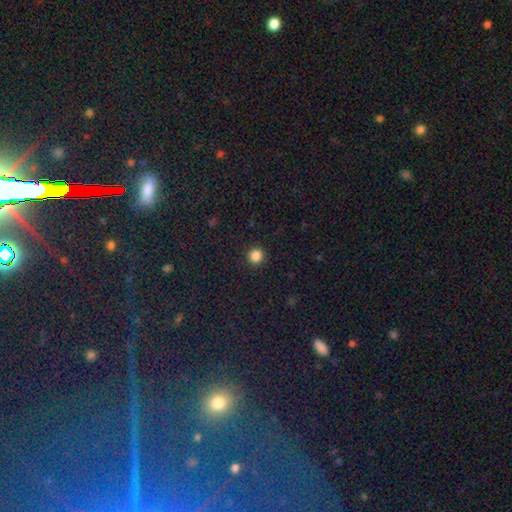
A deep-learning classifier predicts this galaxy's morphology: A smooth galaxy with no disk features (85%) that is round (94%).

Vote fractions:
- Smooth or featured? smooth: 85% / star or artifact: 12% / featured or disk: 3%
- How rounded? round: 94% / in between: 5% / cigar-shaped: 1%
- Merging? none: 93% / minor disturbance: 5% / major disturbance: 2% / merger: 1%